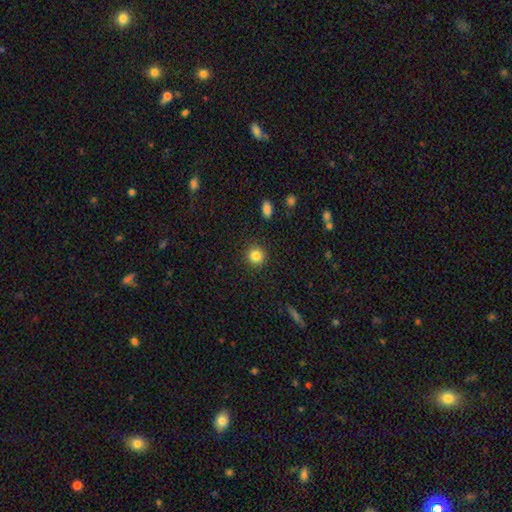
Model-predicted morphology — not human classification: Smooth or featured? smooth (84%)
How rounded? round (92%)
Merging? none (91%)